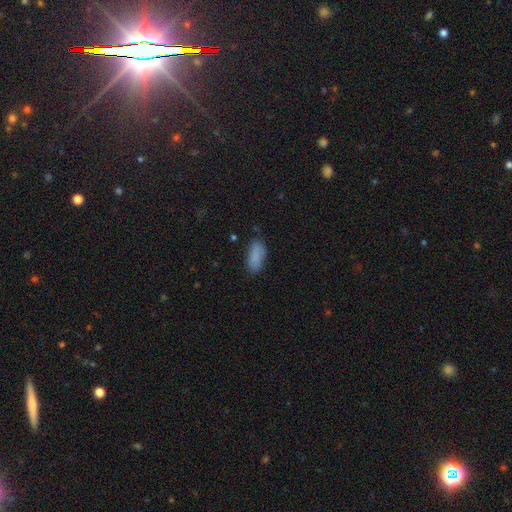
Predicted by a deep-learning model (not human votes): Smooth or featured?
  - smooth: 86% *
  - star or artifact: 8%
  - featured or disk: 6%
How rounded?
  - in between: 83% *
  - cigar-shaped: 15%
  - round: 2%
Merging?
  - none: 75% *
  - minor disturbance: 19%
  - major disturbance: 4%
  - merger: 2%